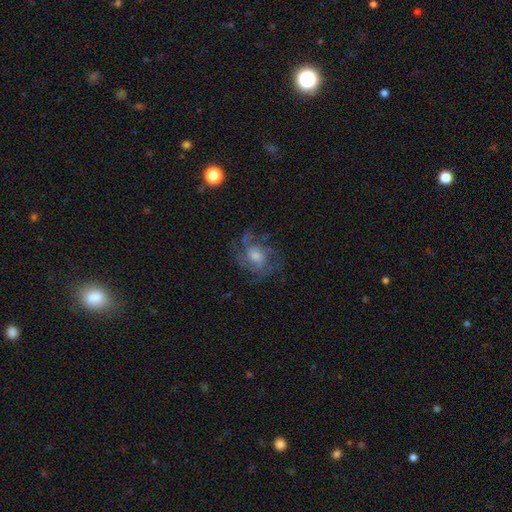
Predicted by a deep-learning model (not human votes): Morphology: type=featured or disk (70%); edge-on=no (97%); bar=no (71%); spiral arms=yes (86%); winding=medium (46%); arm count=can't tell (35%); bulge=moderate (53%); merging=none (65%).